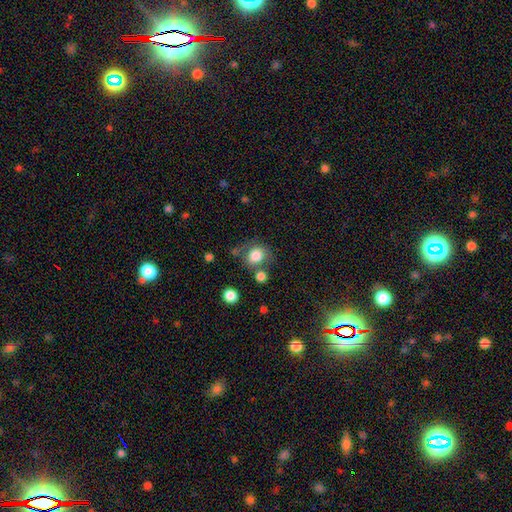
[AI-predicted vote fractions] Morphology: type=smooth (80%); roundness=round (69%); merging=none (59%).